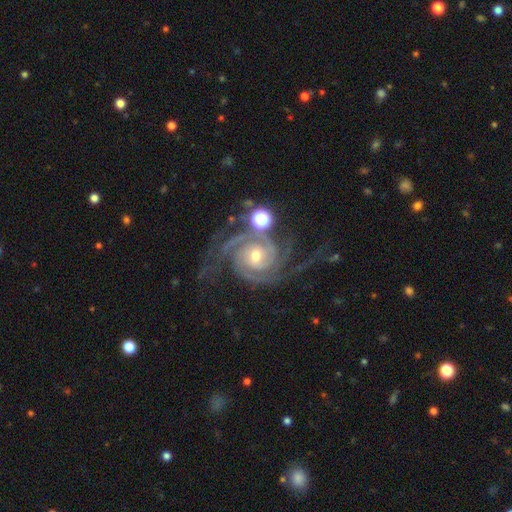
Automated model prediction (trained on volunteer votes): featured or disk 92%, star or artifact 6%, smooth 3%. Down the decision tree: edge-on disk — no (98%); bar — no (61%); spiral arms — yes (99%); spiral arm count — 3 (34%); spiral winding — tight (62%); bulge size — moderate (52%); merging — none (61%).